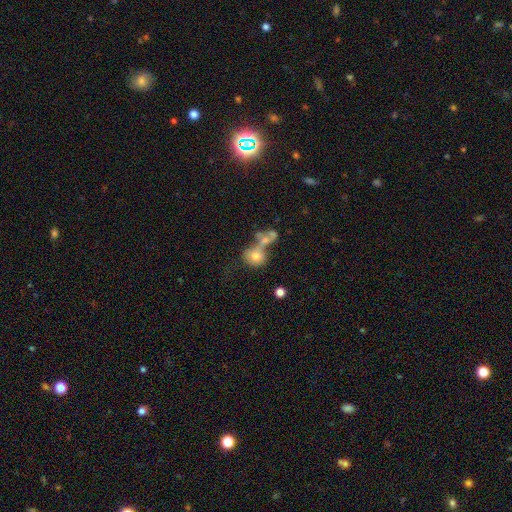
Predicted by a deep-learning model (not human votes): Smooth or featured? smooth (69%)
How rounded? round (58%)
Merging? merger (56%)